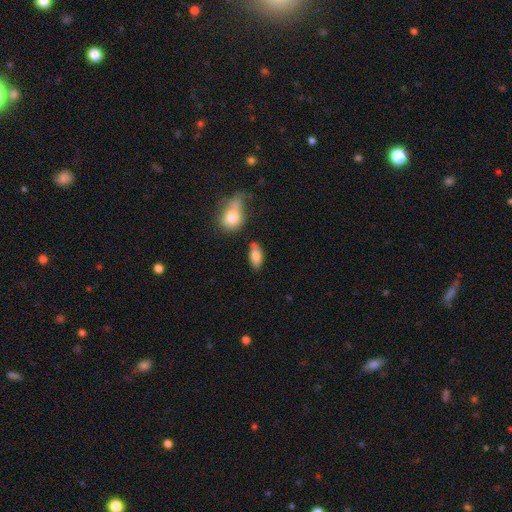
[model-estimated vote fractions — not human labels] This is clearly a smooth galaxy (81%). How rounded: clearly in between (89%). Merging: likely none (67%).